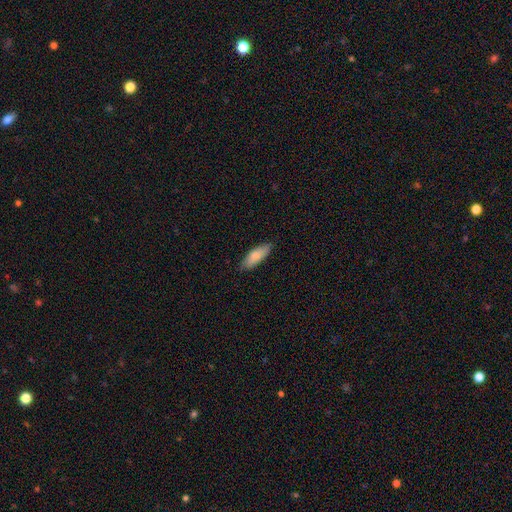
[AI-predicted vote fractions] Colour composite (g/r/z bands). It shows a smooth galaxy with no disk features (81%) that is in between round and cigar-shaped (66%). Merging: none (83%).